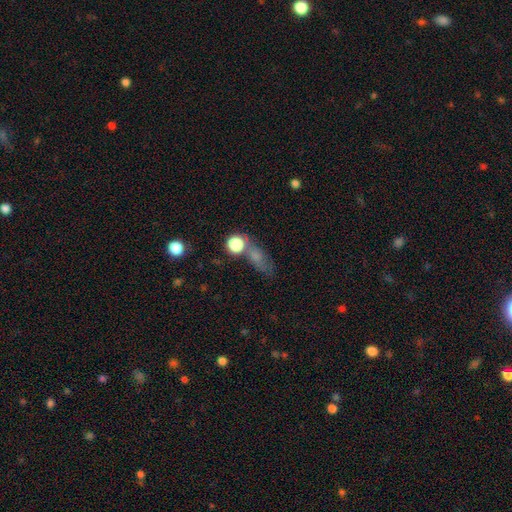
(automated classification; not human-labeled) Overall: smooth (63%). How rounded: in between (47%; round 36%). Merging: none (49%; merger 22%).